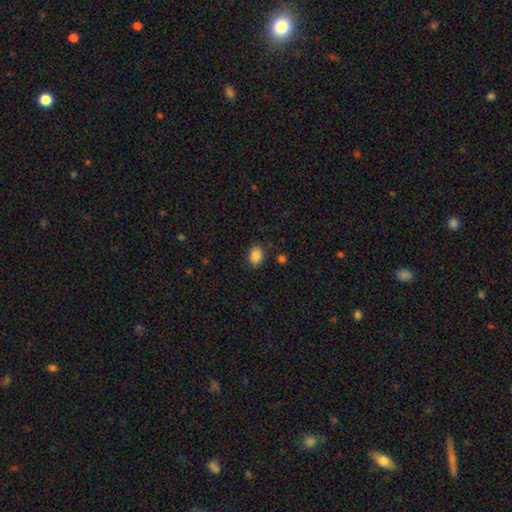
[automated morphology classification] A smooth galaxy with no disk features (87%) that is in between round and cigar-shaped (67%).

Vote fractions:
- Smooth or featured? smooth: 87% / star or artifact: 9% / featured or disk: 4%
- How rounded? in between: 67% / round: 32% / cigar-shaped: 1%
- Merging? none: 83% / minor disturbance: 12% / major disturbance: 3% / merger: 3%